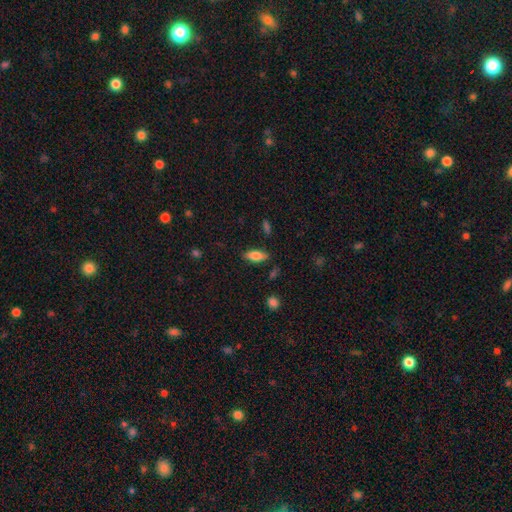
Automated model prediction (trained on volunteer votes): Smooth or featured? smooth (76%)
How rounded? in between (78%)
Merging? none (84%)